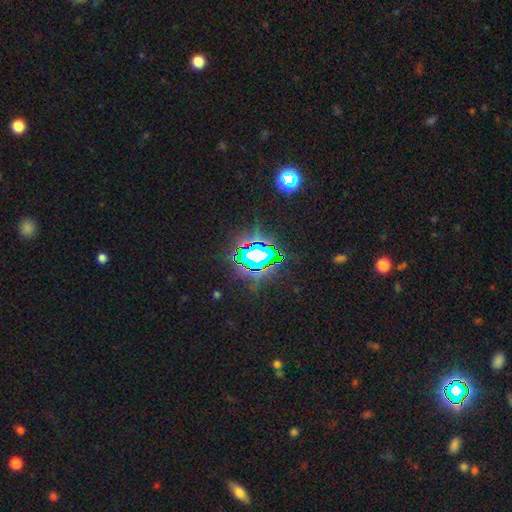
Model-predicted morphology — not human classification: type=star or artifact (76%).